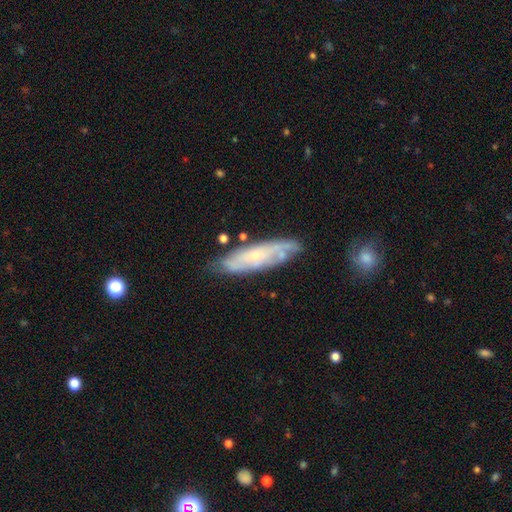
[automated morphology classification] Overall: featured or disk (64%; smooth 29%). Edge-on disk: no (73%). Merging: none (70%).